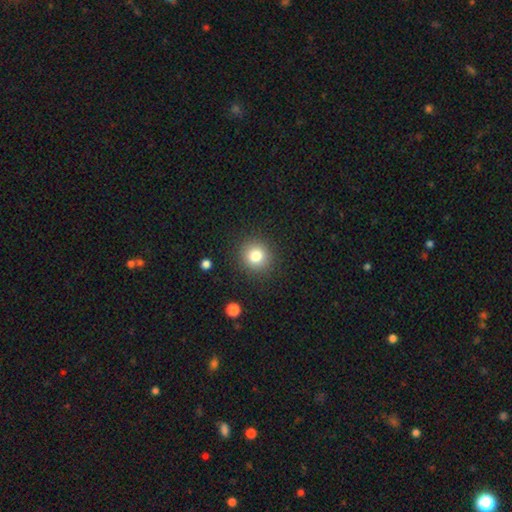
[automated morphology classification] Smooth or featured? Predicted: smooth (p=0.81). How rounded? Predicted: round (p=0.90). Merging? Predicted: none (p=0.89).